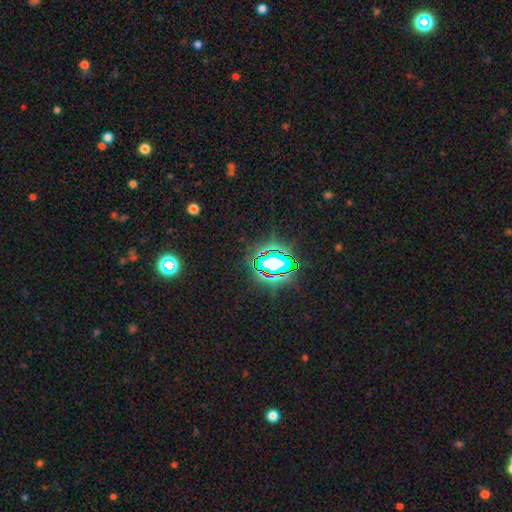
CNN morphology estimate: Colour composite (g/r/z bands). It shows a star or artifact, not a galaxy (84%).